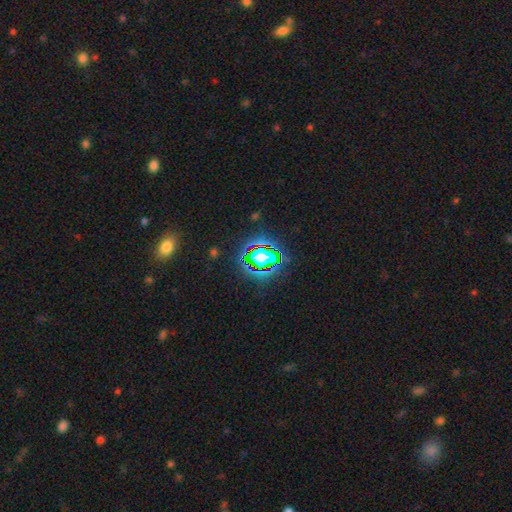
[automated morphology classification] Smooth or featured? Predicted: star or artifact (p=0.64).